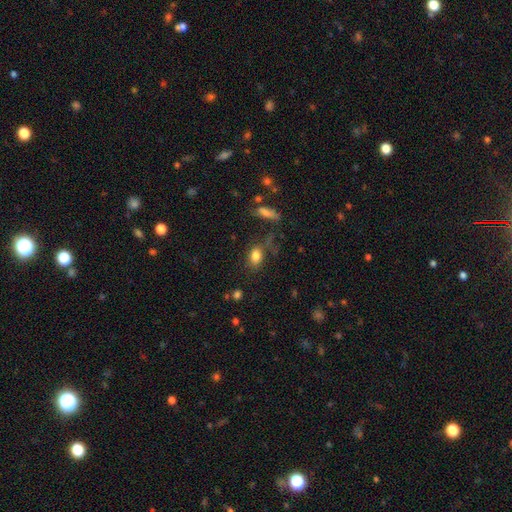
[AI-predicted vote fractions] Smooth or featured? Predicted: smooth (p=0.82). How rounded? Predicted: in between (p=0.79). Merging? Predicted: none (p=0.69).